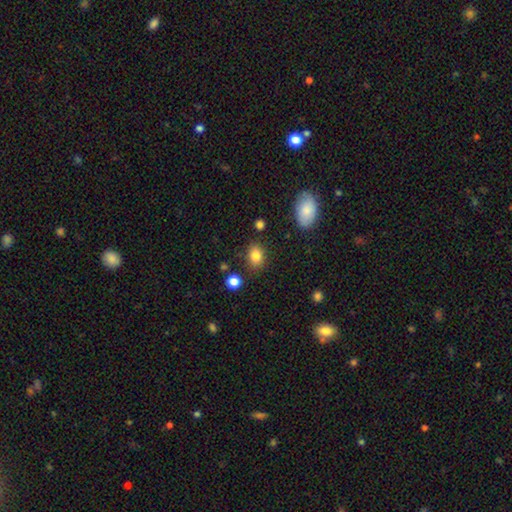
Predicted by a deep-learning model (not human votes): Smooth or featured?
  - smooth: 84% *
  - star or artifact: 10%
  - featured or disk: 6%
How rounded?
  - in between: 65% *
  - round: 34%
  - cigar-shaped: 1%
Merging?
  - none: 83% *
  - minor disturbance: 11%
  - major disturbance: 3%
  - merger: 3%